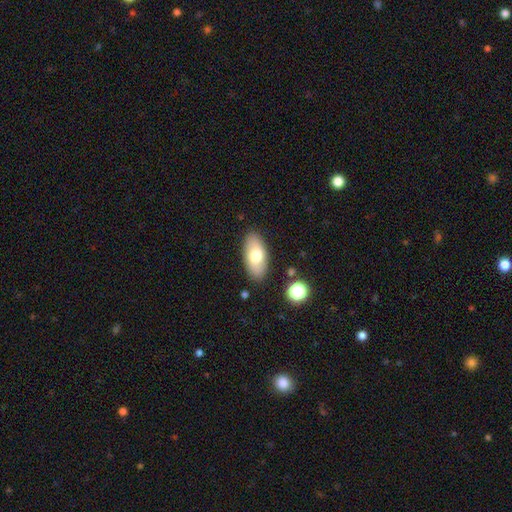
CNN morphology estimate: This appears to be a smooth galaxy with no disk features (71%) that is in between round and cigar-shaped (90%). Merging: none (86%).